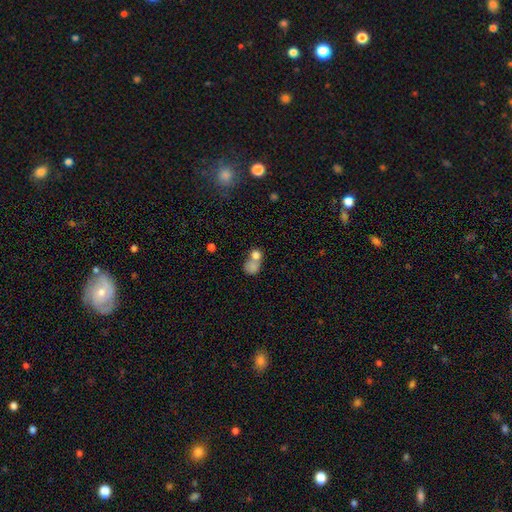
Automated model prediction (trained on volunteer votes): Overall: smooth (76%). How rounded: round (64%; in between 35%). Merging: merger (59%; none 27%).